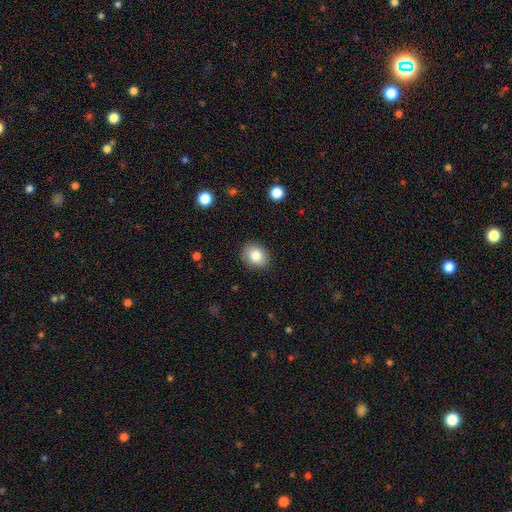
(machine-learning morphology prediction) smooth_or_featured: smooth (p=0.84) [alt: star or artifact p=0.09]
how_rounded: round (p=0.51) [alt: in between p=0.48]
merging: none (p=0.88) [alt: minor disturbance p=0.09]